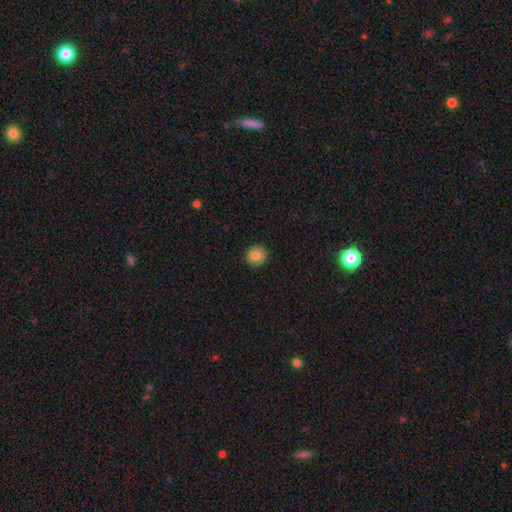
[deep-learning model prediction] Morphology: type=smooth (82%); roundness=round (91%); merging=none (91%).